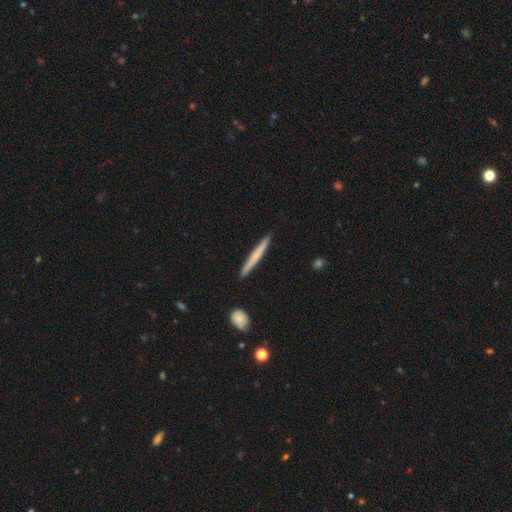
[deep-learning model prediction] A smooth galaxy with no disk features (60%) that is cigar-shaped (96%). Merging: none (91%).